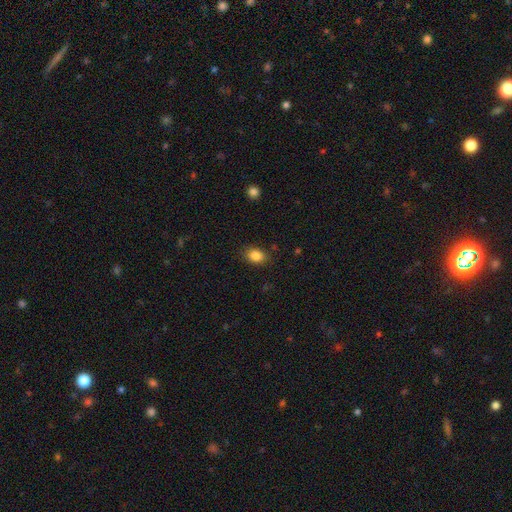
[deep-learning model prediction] smooth 86%, star or artifact 9%, featured or disk 5%. Down the decision tree: how rounded — in between (68%); merging — none (84%).